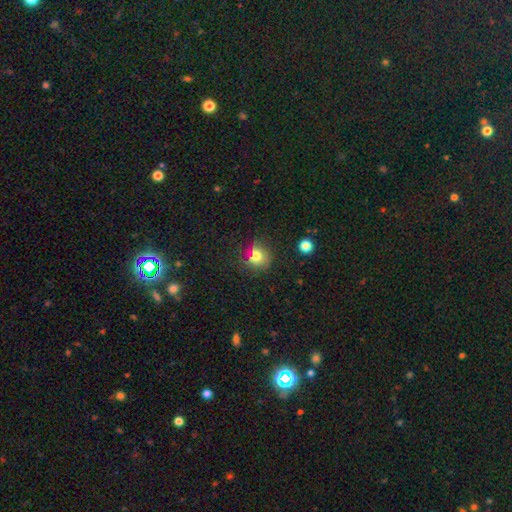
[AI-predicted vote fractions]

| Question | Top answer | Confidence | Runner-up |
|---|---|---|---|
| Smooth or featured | smooth | 75% | star or artifact (16%) |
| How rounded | round | 78% | in between (21%) |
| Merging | none | 71% | minor disturbance (18%) |